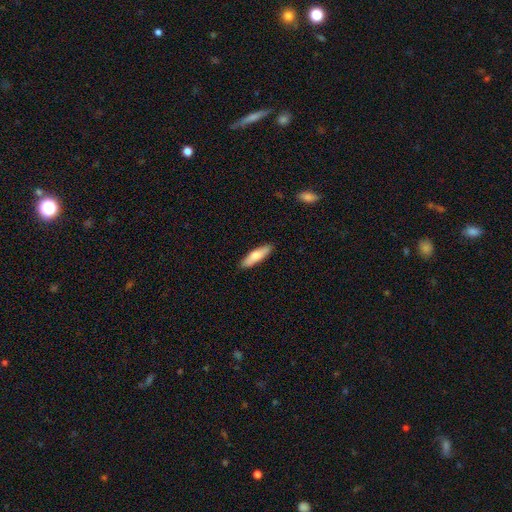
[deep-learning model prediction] Smooth or featured: smooth — 76% (featured or disk — 18%)
How rounded: cigar-shaped — 67% (in between — 32%)
Merging: none — 89% (minor disturbance — 8%)